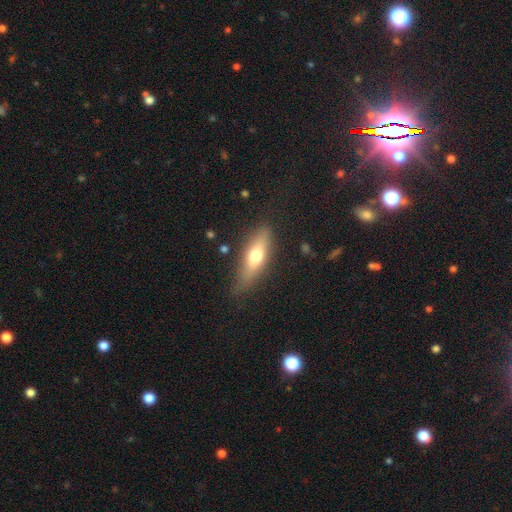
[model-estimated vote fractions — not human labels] Smooth or featured?
  - smooth: 60% *
  - featured or disk: 34%
  - star or artifact: 6%
How rounded?
  - cigar-shaped: 49% *
  - in between: 48%
  - round: 3%
Merging?
  - none: 78% *
  - minor disturbance: 17%
  - major disturbance: 4%
  - merger: 2%